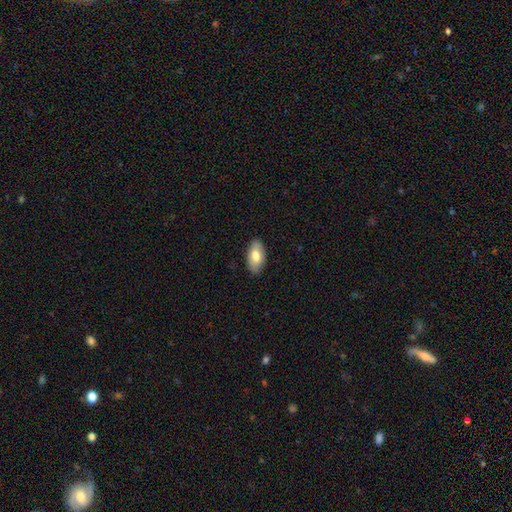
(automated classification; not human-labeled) Q: Smooth or featured?
A: smooth (70%); runner-up: featured or disk (24%)
Q: How rounded?
A: in between (94%); runner-up: round (3%)
Q: Merging?
A: none (84%); runner-up: minor disturbance (13%)